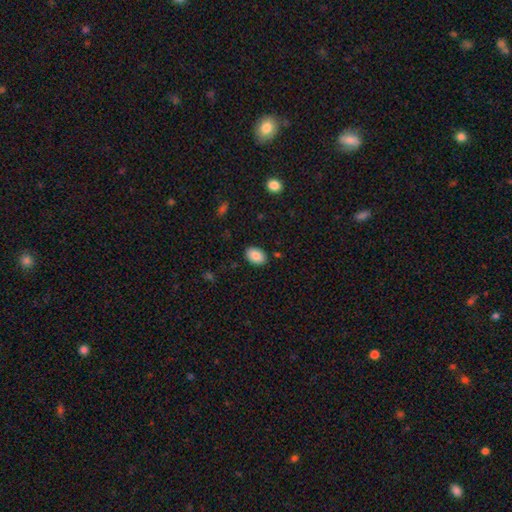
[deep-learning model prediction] A smooth galaxy with no disk features (87%) that is in between round and cigar-shaped (85%). Merging: none (88%).